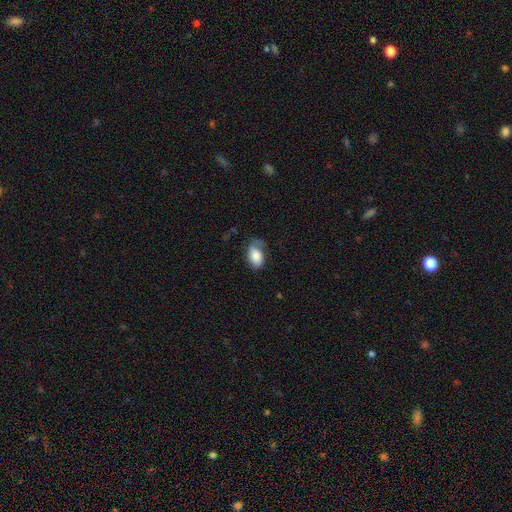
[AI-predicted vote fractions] Smooth or featured?
  - smooth: 79% *
  - featured or disk: 14%
  - star or artifact: 7%
How rounded?
  - in between: 90% *
  - round: 8%
  - cigar-shaped: 2%
Merging?
  - none: 48% *
  - minor disturbance: 33%
  - major disturbance: 16%
  - merger: 2%